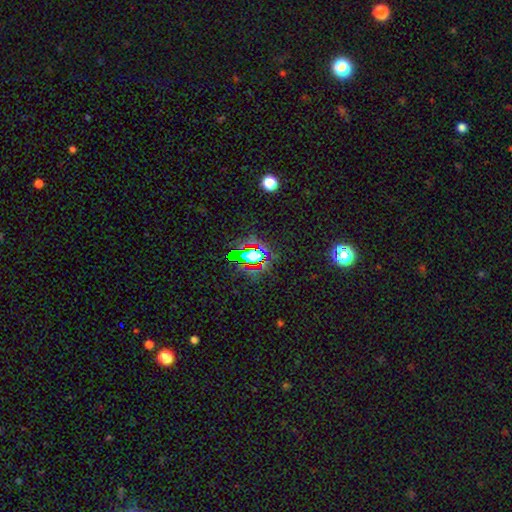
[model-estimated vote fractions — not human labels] Q: Smooth or featured?
A: star or artifact (62%); runner-up: smooth (26%)